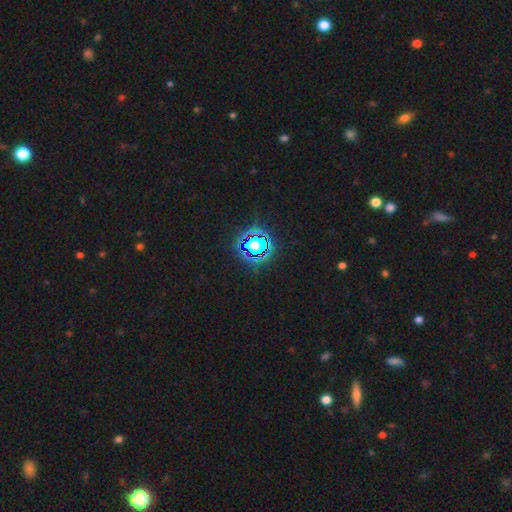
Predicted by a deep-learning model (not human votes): Smooth or featured? star or artifact (79%)